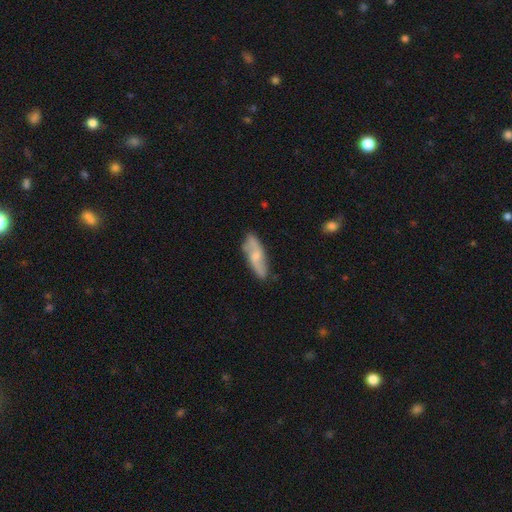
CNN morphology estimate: This is possibly a featured or disk galaxy (52%). It is likely not viewed edge-on (78%). Merging: likely none (76%).